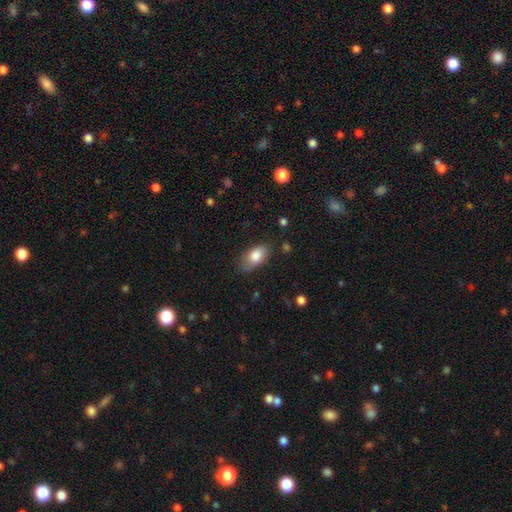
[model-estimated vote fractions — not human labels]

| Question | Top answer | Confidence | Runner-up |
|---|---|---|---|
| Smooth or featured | smooth | 81% | featured or disk (12%) |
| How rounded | in between | 91% | round (5%) |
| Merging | none | 72% | minor disturbance (21%) |